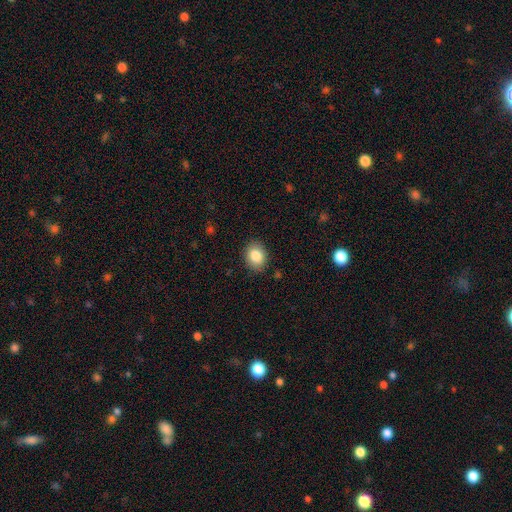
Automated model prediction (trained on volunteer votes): Smooth or featured: smooth — 85% (star or artifact — 8%)
How rounded: in between — 57% (round — 42%)
Merging: none — 87% (minor disturbance — 10%)